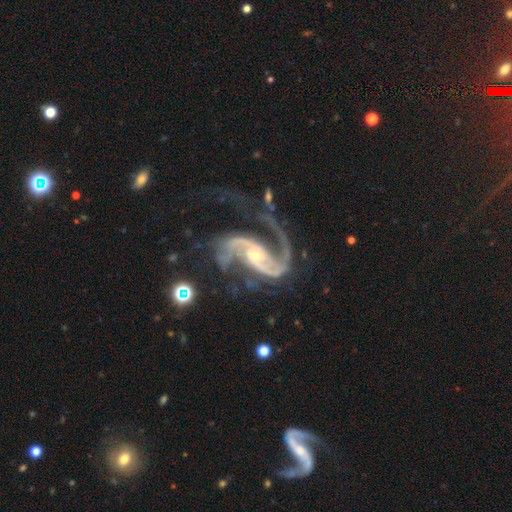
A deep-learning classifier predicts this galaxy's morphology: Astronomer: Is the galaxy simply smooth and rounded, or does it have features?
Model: featured or disk — 93%.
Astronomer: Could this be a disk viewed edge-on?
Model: no — 98%.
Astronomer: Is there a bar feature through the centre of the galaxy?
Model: no — 44% (runner-up: weak, 36%).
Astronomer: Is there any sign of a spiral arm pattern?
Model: yes — 98%.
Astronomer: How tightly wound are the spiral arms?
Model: medium — 51% (runner-up: loose, 33%).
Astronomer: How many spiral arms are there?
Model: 2 — 78%.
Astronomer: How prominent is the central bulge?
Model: small — 67%.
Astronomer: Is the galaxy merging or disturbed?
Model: none — 43% (runner-up: major disturbance, 33%).